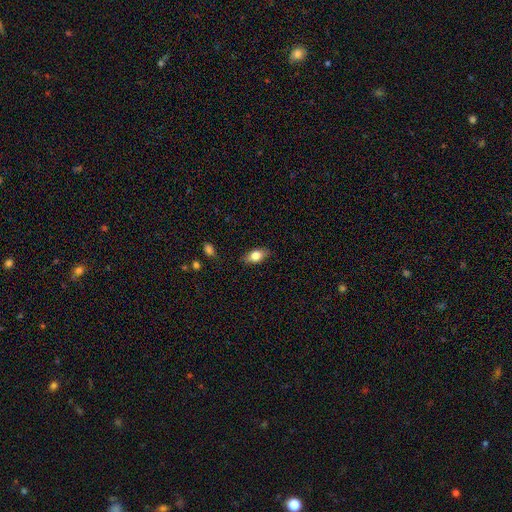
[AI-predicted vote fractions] Overall: smooth (73%). How rounded: in between (84%). Merging: none (83%).